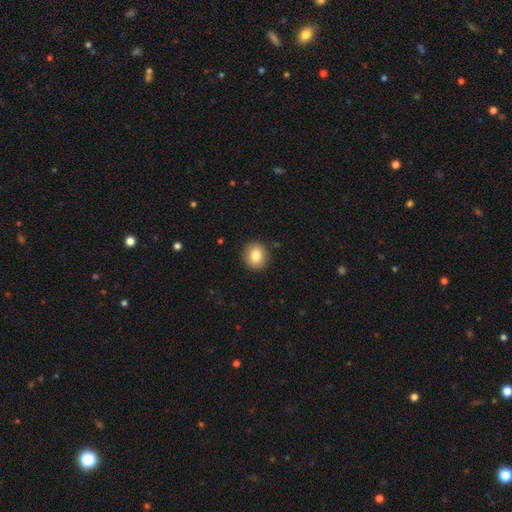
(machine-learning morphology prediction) Overall: smooth (82%). How rounded: round (86%). Merging: none (90%).